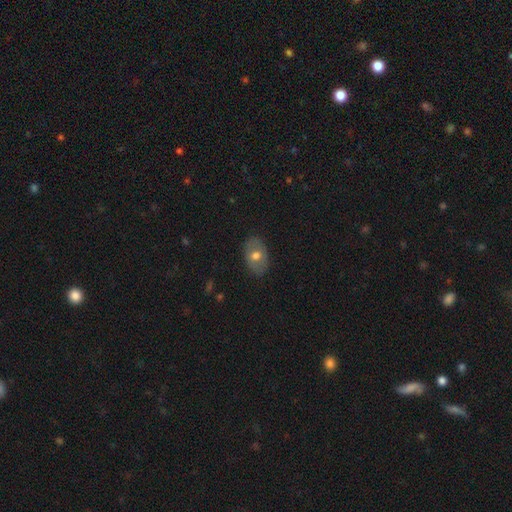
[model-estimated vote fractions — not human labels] Smooth or featured?
  - smooth: 58% *
  - featured or disk: 34%
  - star or artifact: 8%
How rounded?
  - in between: 84% *
  - round: 15%
  - cigar-shaped: 1%
Merging?
  - none: 85% *
  - minor disturbance: 12%
  - major disturbance: 3%
  - merger: 1%